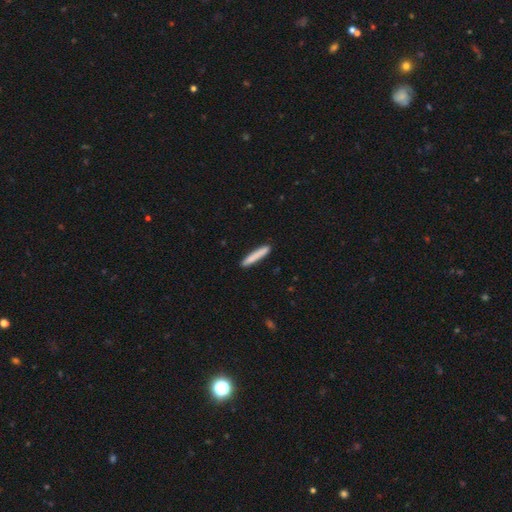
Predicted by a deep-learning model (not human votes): smooth 82%, featured or disk 13%, star or artifact 6%. Down the decision tree: how rounded — cigar-shaped (94%); merging — none (90%).